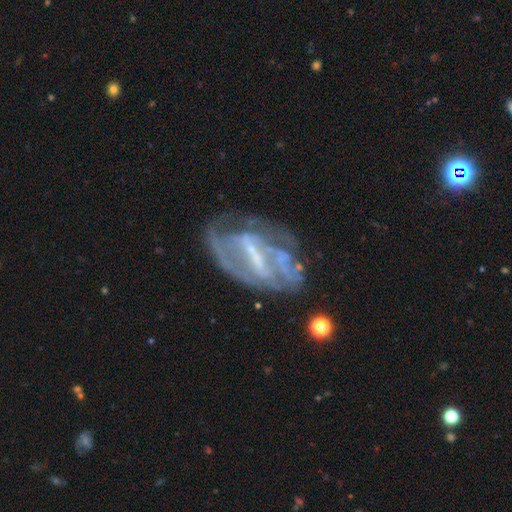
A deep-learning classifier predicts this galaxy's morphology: A featured or disk galaxy (78%) with a strong bar (53%), spiral arms (62%) and a small central bulge (44%). Merging: none (47%).